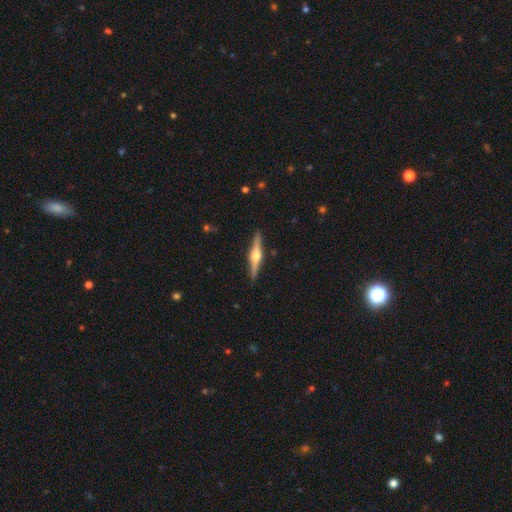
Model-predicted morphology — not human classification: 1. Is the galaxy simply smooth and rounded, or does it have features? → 78% featured or disk, 17% smooth, 5% star or artifact.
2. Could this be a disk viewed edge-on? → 98% yes, 2% no.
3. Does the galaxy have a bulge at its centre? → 95% rounded, 4% boxy, 2% none.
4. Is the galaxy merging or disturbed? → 91% none, 6% minor disturbance, 1% major disturbance, 1% merger.